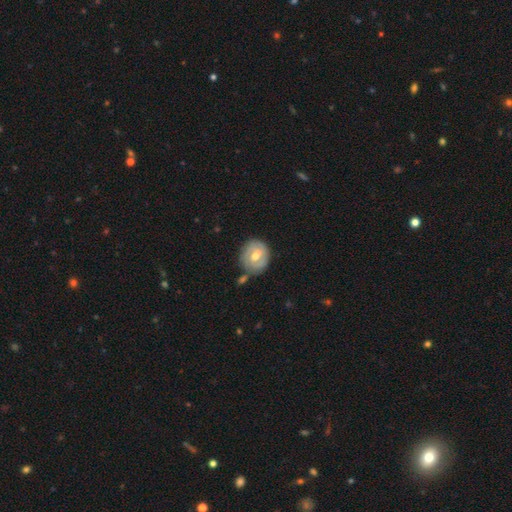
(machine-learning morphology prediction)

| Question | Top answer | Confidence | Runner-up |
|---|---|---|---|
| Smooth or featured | featured or disk | 61% | smooth (33%) |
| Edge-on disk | no | 96% | yes (4%) |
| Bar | weak | 57% | no (25%) |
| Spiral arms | yes | 74% | no (26%) |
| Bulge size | moderate | 72% | small (20%) |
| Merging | none | 72% | minor disturbance (17%) |